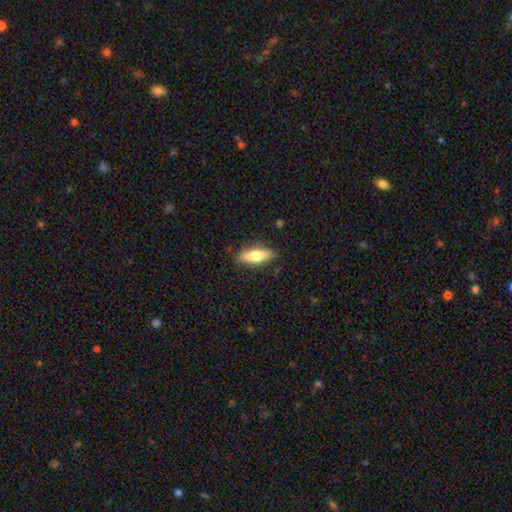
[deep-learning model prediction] smooth_or_featured: smooth (p=0.60) [alt: featured or disk p=0.34]
how_rounded: in between (p=0.49) [alt: cigar-shaped p=0.48]
merging: none (p=0.84) [alt: minor disturbance p=0.12]